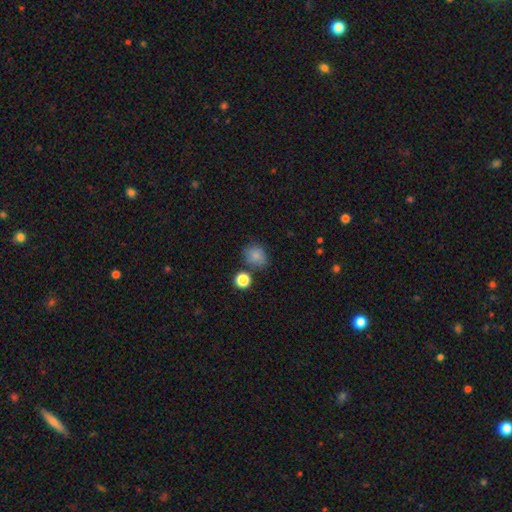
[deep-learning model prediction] Overall: smooth (80%). How rounded: round (64%; in between 35%). Merging: none (69%).